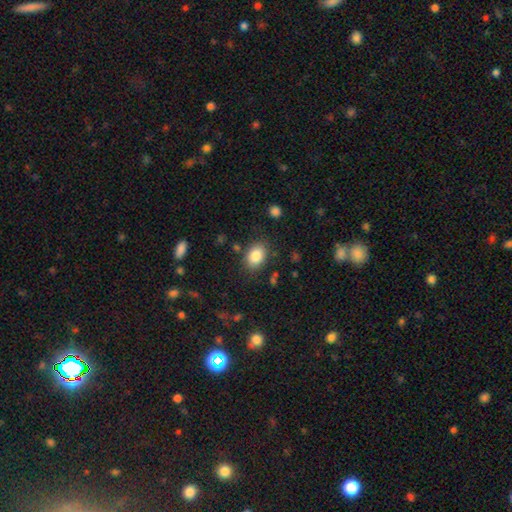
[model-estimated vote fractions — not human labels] This appears to be a smooth galaxy with no disk features (84%) that is in between round and cigar-shaped (76%). Merging: none (82%).